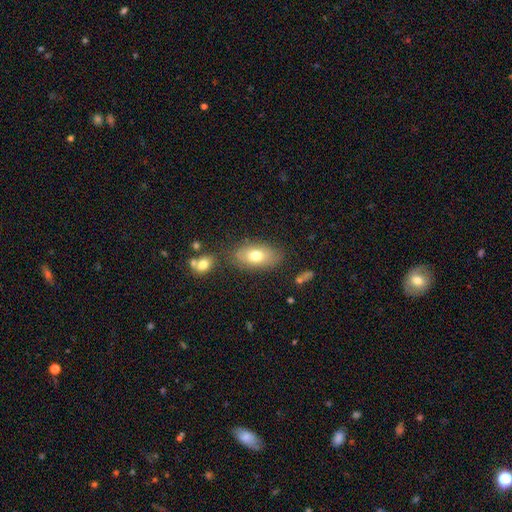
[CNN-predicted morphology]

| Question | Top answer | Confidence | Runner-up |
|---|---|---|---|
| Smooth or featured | smooth | 73% | featured or disk (19%) |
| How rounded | in between | 89% | round (7%) |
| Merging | none | 73% | minor disturbance (16%) |